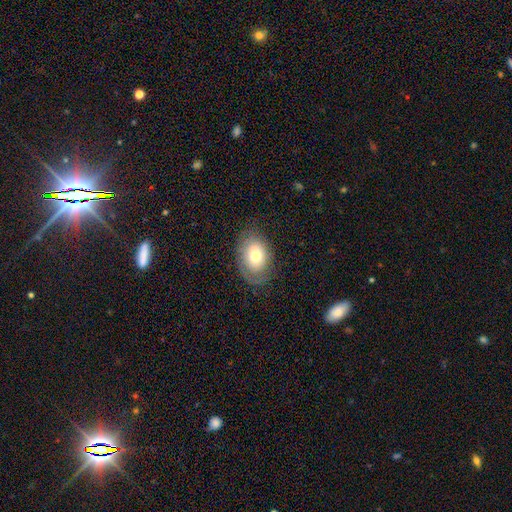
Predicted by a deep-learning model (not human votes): A smooth galaxy with no disk features (65%) that is in between round and cigar-shaped (76%).

Vote fractions:
- Smooth or featured? smooth: 65% / featured or disk: 26% / star or artifact: 9%
- How rounded? in between: 76% / round: 23% / cigar-shaped: 1%
- Merging? none: 73% / minor disturbance: 18% / major disturbance: 8% / merger: 1%